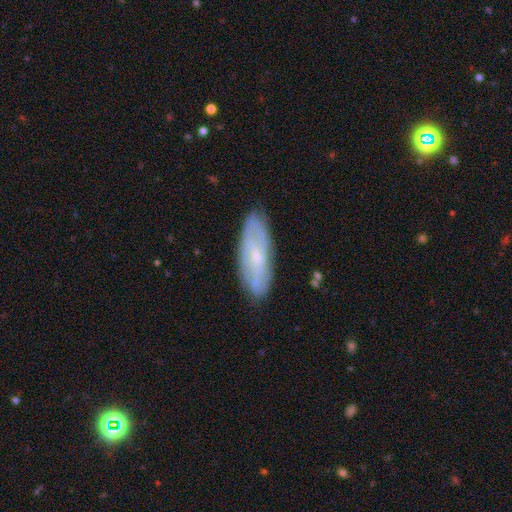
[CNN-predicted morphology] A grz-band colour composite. It shows a featured or disk galaxy (58%). Merging: none (81%).